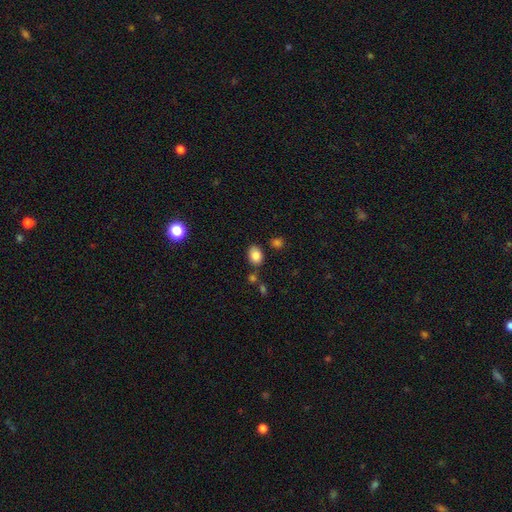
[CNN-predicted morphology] Smooth or featured: smooth — 84% (star or artifact — 9%)
How rounded: in between — 74% (round — 25%)
Merging: none — 77% (minor disturbance — 13%)